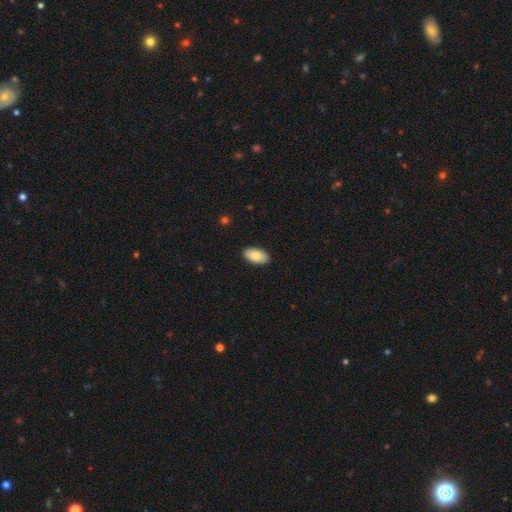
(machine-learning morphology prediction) smooth_or_featured: smooth (p=0.83) [alt: featured or disk p=0.11]
how_rounded: in between (p=0.95) [alt: round p=0.03]
merging: none (p=0.90) [alt: minor disturbance p=0.08]